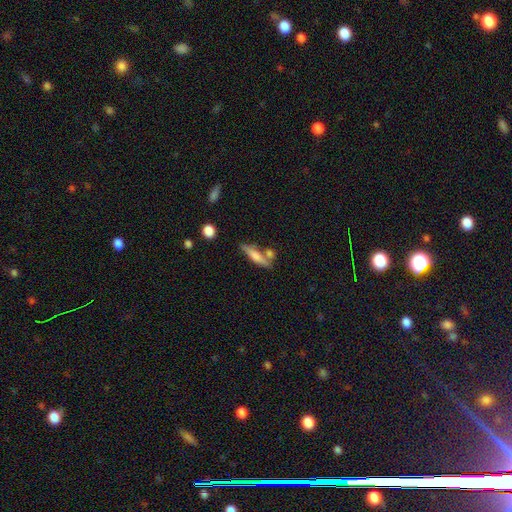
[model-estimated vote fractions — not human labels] Smooth or featured? smooth (54%)
How rounded? cigar-shaped (78%)
Merging? none (64%)